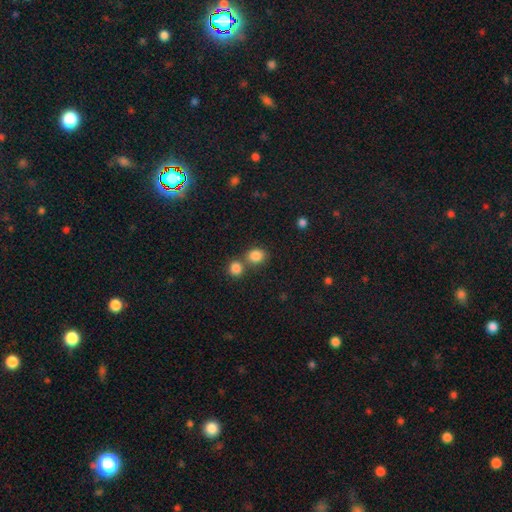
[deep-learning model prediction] Smooth or featured: smooth — 84% (star or artifact — 11%)
How rounded: round — 70% (in between — 29%)
Merging: none — 57% (merger — 31%)